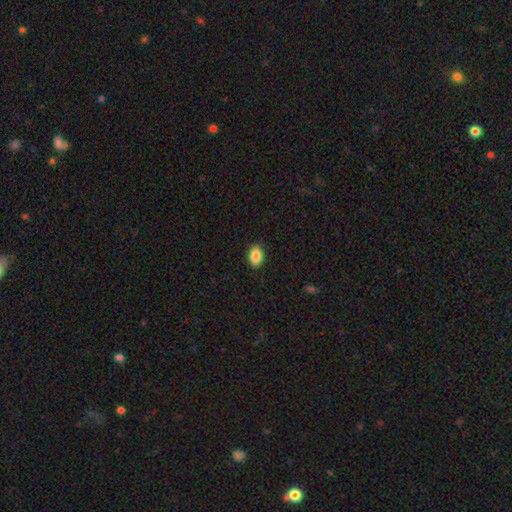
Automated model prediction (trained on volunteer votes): Smooth or featured: smooth — 87% (star or artifact — 8%)
How rounded: in between — 89% (round — 9%)
Merging: none — 88% (minor disturbance — 9%)